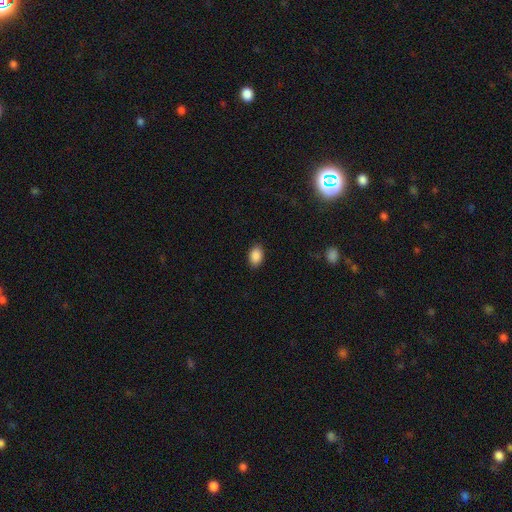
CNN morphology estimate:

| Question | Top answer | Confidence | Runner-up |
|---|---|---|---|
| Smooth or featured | smooth | 89% | star or artifact (8%) |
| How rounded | in between | 86% | round (13%) |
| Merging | none | 89% | minor disturbance (8%) |